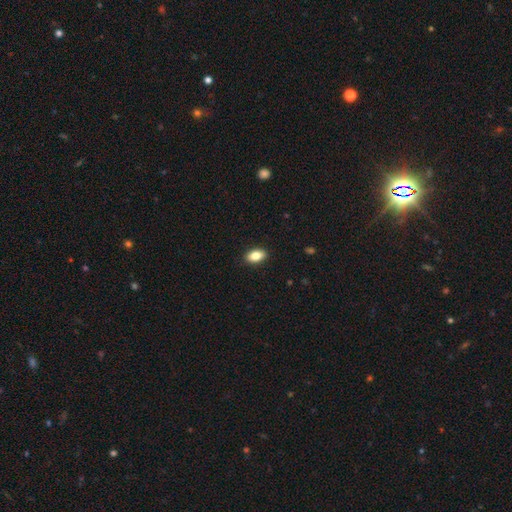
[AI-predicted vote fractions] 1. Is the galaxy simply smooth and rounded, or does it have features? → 83% smooth, 9% featured or disk, 8% star or artifact.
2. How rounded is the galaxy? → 90% in between, 8% round, 3% cigar-shaped.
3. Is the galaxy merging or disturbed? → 90% none, 7% minor disturbance, 2% major disturbance, 1% merger.